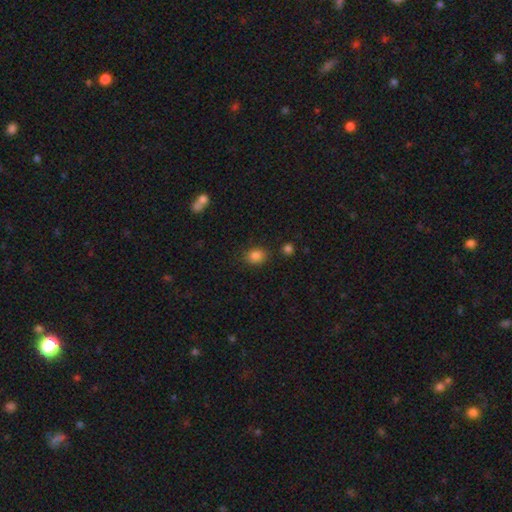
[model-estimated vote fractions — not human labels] Smooth or featured?
  - smooth: 84% *
  - star or artifact: 11%
  - featured or disk: 5%
How rounded?
  - round: 52% *
  - in between: 47%
  - cigar-shaped: 1%
Merging?
  - none: 82% *
  - minor disturbance: 11%
  - merger: 4%
  - major disturbance: 3%